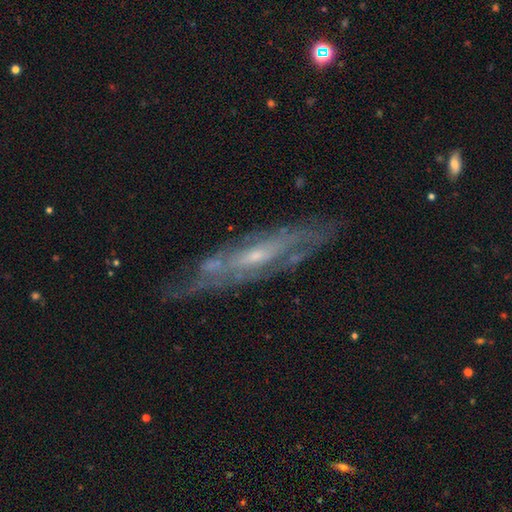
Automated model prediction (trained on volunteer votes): Smooth or featured? featured or disk (79%)
Edge-on disk? no (64%)
Bar? no (60%)
Spiral arms? yes (76%)
Bulge size? small (68%)
Merging? none (65%)